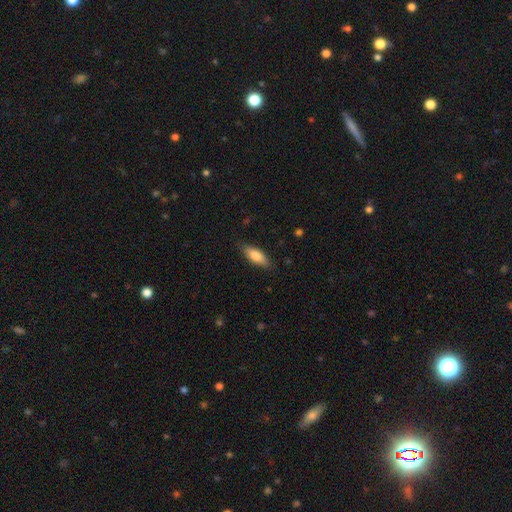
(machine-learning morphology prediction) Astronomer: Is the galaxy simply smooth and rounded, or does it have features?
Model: smooth — 79%.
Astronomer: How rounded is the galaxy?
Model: in between — 67%.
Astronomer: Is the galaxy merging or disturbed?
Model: none — 81%.